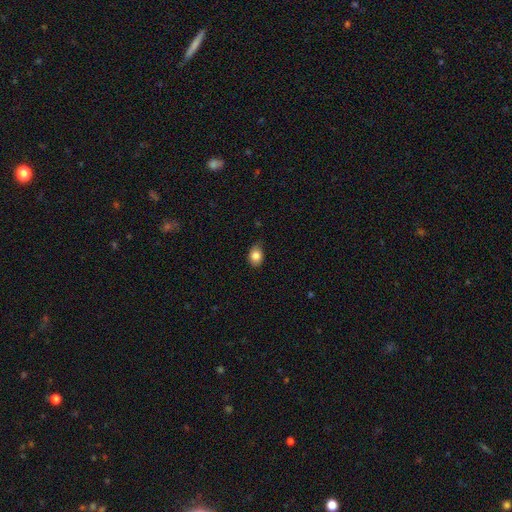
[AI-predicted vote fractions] A smooth galaxy with no disk features (84%) that is in between round and cigar-shaped (69%).

Vote fractions:
- Smooth or featured? smooth: 84% / star or artifact: 9% / featured or disk: 7%
- How rounded? in between: 69% / round: 30% / cigar-shaped: 1%
- Merging? none: 69% / minor disturbance: 26% / major disturbance: 4% / merger: 1%